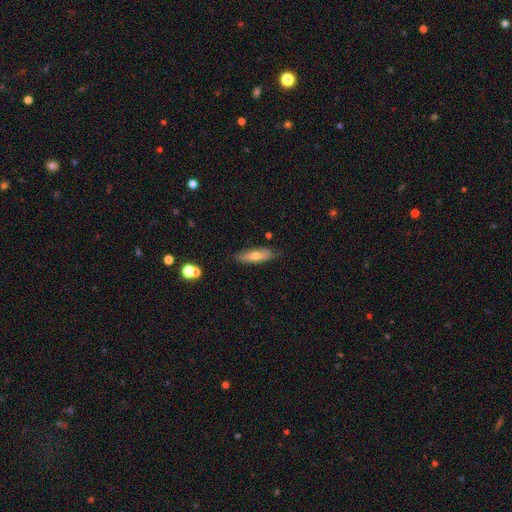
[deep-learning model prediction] A smooth galaxy with no disk features (59%) that is cigar-shaped (60%). Merging: none (81%).